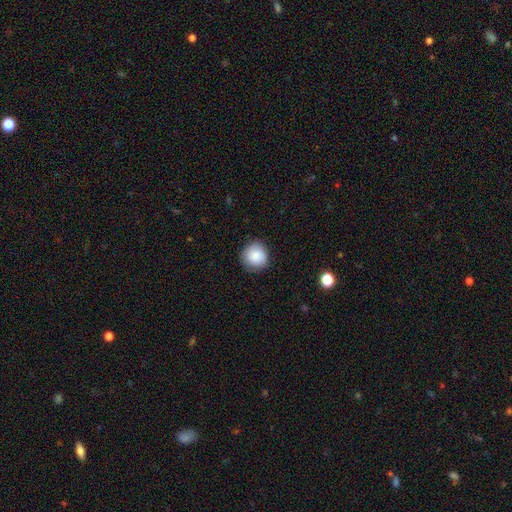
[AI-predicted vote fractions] Overall: smooth (87%). How rounded: round (92%). Merging: none (85%).